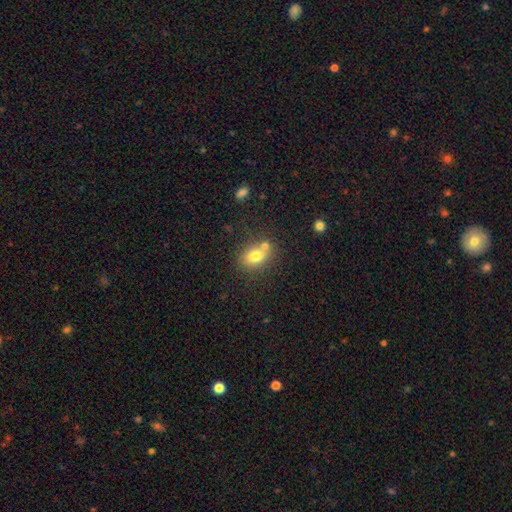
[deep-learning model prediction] This appears to be a smooth galaxy with no disk features (76%) that is in between round and cigar-shaped (69%). Merging: none (56%).